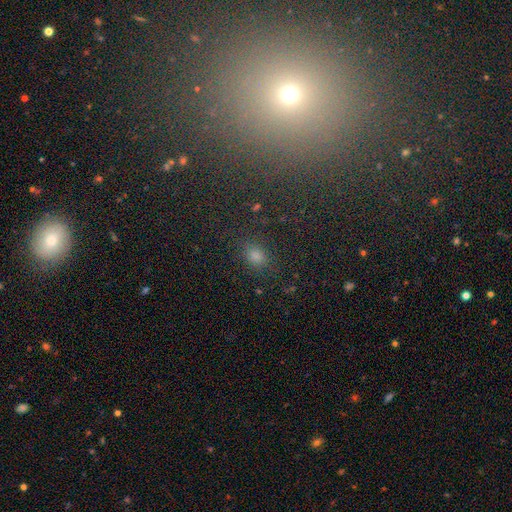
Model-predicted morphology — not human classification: Q: Smooth or featured?
A: smooth (72%); runner-up: star or artifact (22%)
Q: How rounded?
A: in between (55%); runner-up: round (43%)
Q: Merging?
A: none (86%); runner-up: minor disturbance (9%)